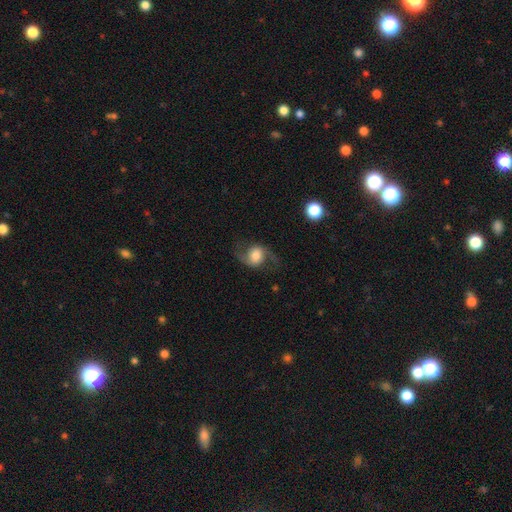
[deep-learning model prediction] The model was most divided on "bulge size": moderate: 44%, large: 30%, small: 15%, dominant: 9%, none: 3%. More confident: edge-on disk — no (96%); spiral arms — yes (92%); spiral arm count — 2 (92%); merging — none (70%); spiral winding — loose (67%); smooth or featured — featured or disk (64%); bar — no (57%).